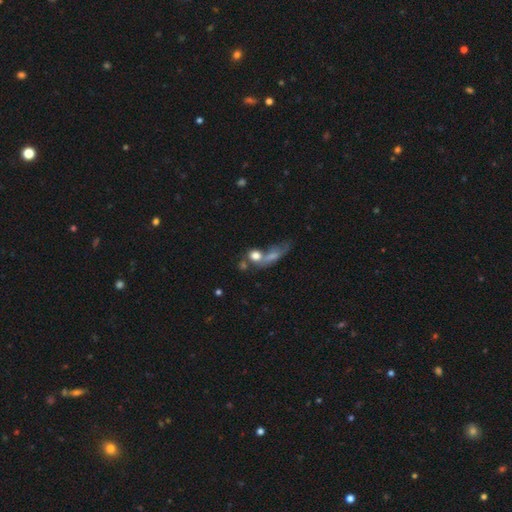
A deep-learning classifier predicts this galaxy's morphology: type=smooth (71%); roundness=round (67%); merging=merger (39%).